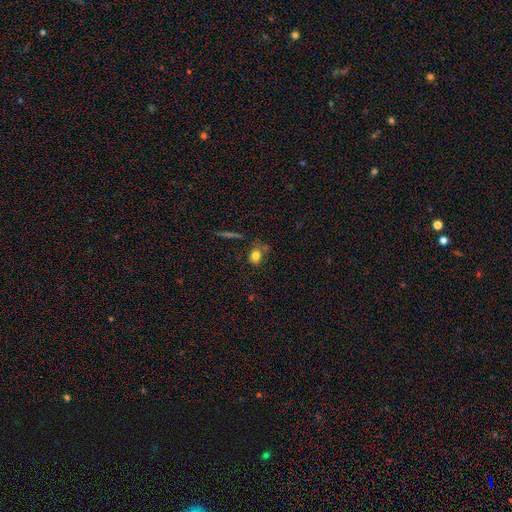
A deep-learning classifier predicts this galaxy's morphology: smooth 79%, star or artifact 11%, featured or disk 10%. Down the decision tree: how rounded — in between (56%); merging — none (61%).